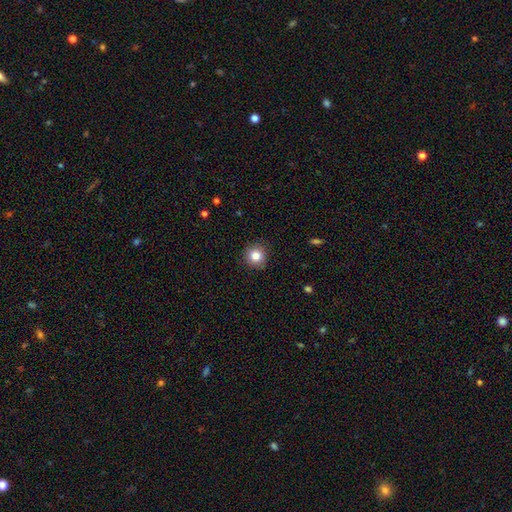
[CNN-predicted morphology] Smooth or featured?
  - smooth: 83% *
  - star or artifact: 11%
  - featured or disk: 7%
How rounded?
  - round: 91% *
  - in between: 8%
  - cigar-shaped: 1%
Merging?
  - none: 89% *
  - minor disturbance: 8%
  - major disturbance: 2%
  - merger: 1%